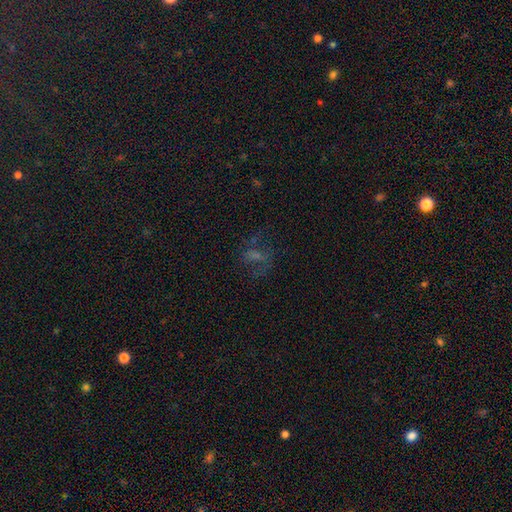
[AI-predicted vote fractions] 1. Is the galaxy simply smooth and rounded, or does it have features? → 40% featured or disk, 32% star or artifact, 28% smooth.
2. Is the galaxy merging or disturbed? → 55% none, 24% major disturbance, 17% minor disturbance, 3% merger.